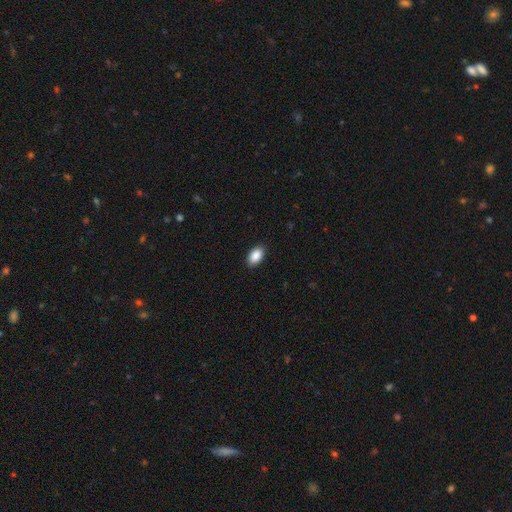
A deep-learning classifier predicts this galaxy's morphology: Smooth or featured: smooth — 90% (star or artifact — 7%)
How rounded: in between — 93% (round — 6%)
Merging: none — 89% (minor disturbance — 9%)